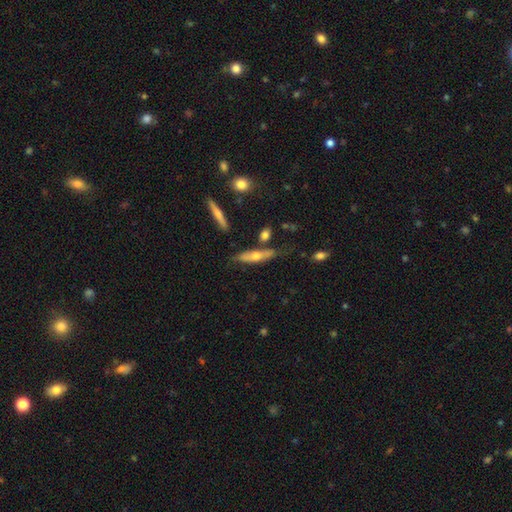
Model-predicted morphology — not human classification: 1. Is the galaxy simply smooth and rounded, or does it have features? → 47% featured or disk, 46% smooth, 7% star or artifact.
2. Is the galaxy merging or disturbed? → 66% none, 19% minor disturbance, 9% merger, 5% major disturbance.